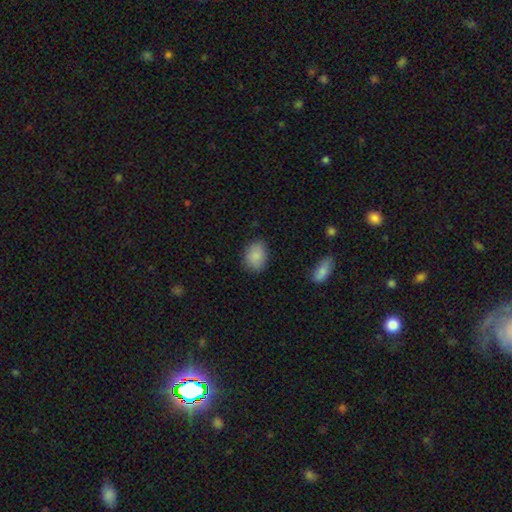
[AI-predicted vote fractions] Smooth or featured: smooth — 88% (star or artifact — 7%)
How rounded: in between — 73% (round — 26%)
Merging: none — 84% (minor disturbance — 12%)